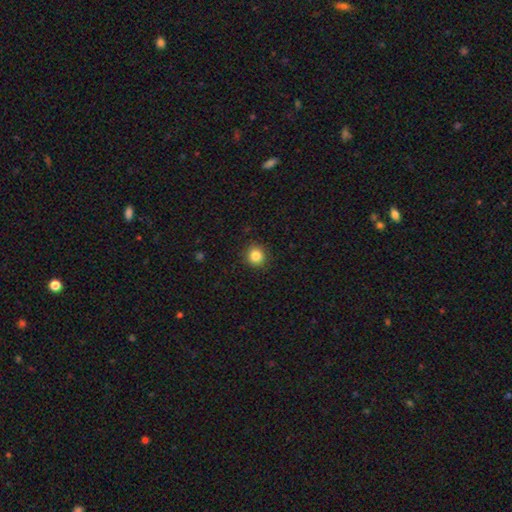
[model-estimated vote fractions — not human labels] Smooth or featured?
  - smooth: 85% *
  - star or artifact: 11%
  - featured or disk: 5%
How rounded?
  - round: 89% *
  - in between: 10%
  - cigar-shaped: 1%
Merging?
  - none: 90% *
  - minor disturbance: 7%
  - major disturbance: 2%
  - merger: 1%